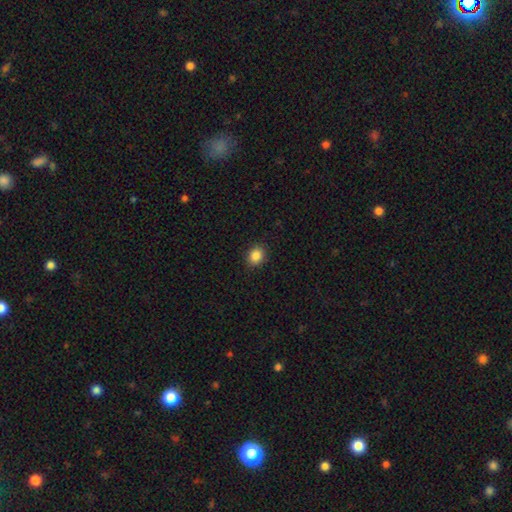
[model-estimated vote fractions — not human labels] smooth_or_featured: smooth (p=0.87) [alt: star or artifact p=0.10]
how_rounded: round (p=0.55) [alt: in between p=0.44]
merging: none (p=0.89) [alt: minor disturbance p=0.08]